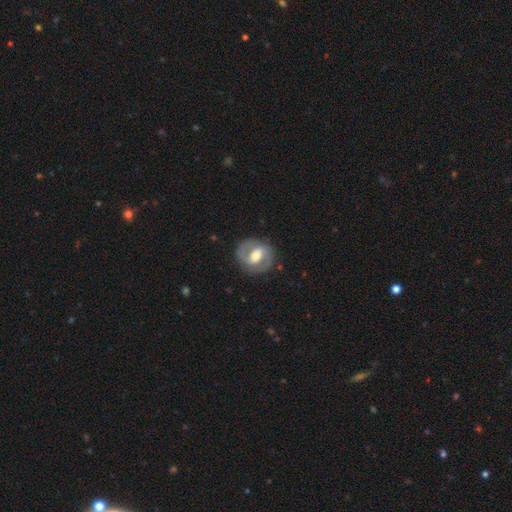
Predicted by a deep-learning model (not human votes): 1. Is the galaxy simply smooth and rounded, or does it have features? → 72% featured or disk, 23% smooth, 5% star or artifact.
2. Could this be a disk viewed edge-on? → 96% no, 4% yes.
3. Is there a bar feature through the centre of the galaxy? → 42% weak, 35% strong, 24% no.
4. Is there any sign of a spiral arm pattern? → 72% yes, 28% no.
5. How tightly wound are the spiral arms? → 46% medium, 38% tight, 16% loose.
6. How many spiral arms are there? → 84% 2, 9% can't tell, 4% 1, 1% 3, 1% 4, 1% more than 4.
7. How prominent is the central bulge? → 64% moderate, 20% small, 13% large, 1% none, 1% dominant.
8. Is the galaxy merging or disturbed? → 81% none, 12% minor disturbance, 6% major disturbance, 1% merger.